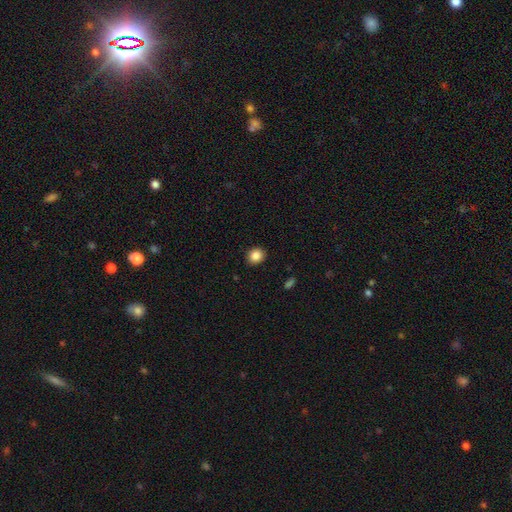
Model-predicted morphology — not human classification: Smooth or featured?
  - smooth: 86% *
  - star or artifact: 10%
  - featured or disk: 4%
How rounded?
  - round: 75% *
  - in between: 24%
  - cigar-shaped: 1%
Merging?
  - none: 91% *
  - minor disturbance: 6%
  - major disturbance: 2%
  - merger: 1%